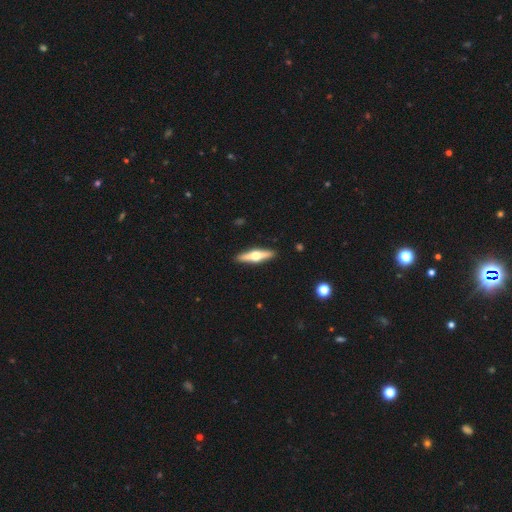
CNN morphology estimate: Overall: featured or disk (66%; smooth 29%). Edge-on disk: yes (96%). Edge-on bulge: rounded (96%). Merging: none (91%).